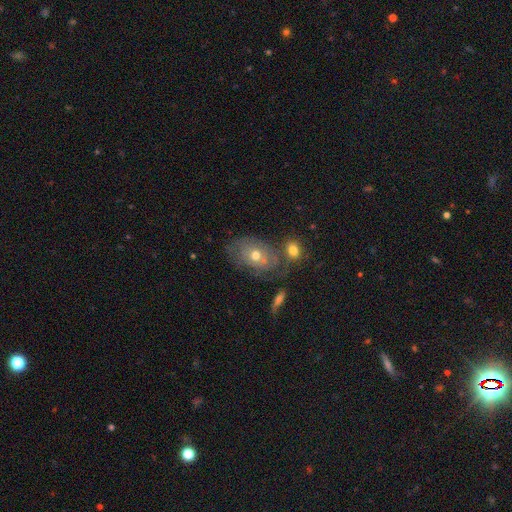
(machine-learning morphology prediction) This is possibly a smooth galaxy (50%). Merging: possibly none (47%).